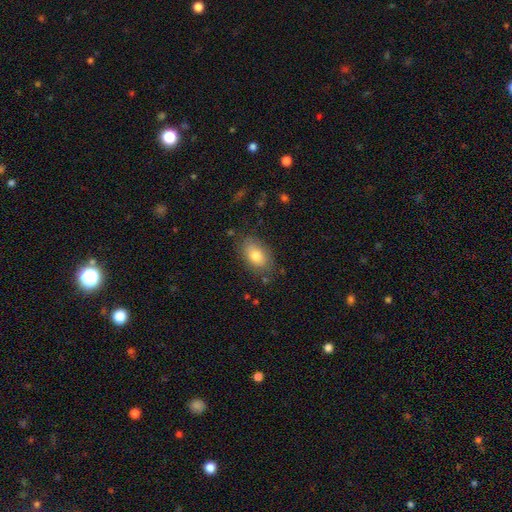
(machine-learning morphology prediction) This appears to be a smooth galaxy with no disk features (76%) that is in between round and cigar-shaped (89%). Merging: none (77%).